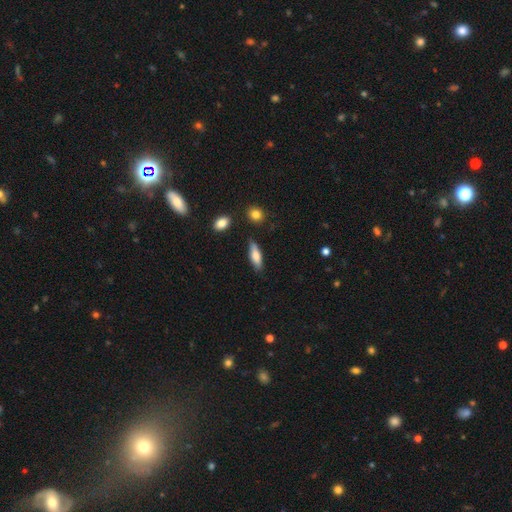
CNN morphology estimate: smooth_or_featured: smooth (p=0.74) [alt: featured or disk p=0.20]
how_rounded: in between (p=0.51) [alt: cigar-shaped p=0.47]
merging: none (p=0.82) [alt: minor disturbance p=0.13]